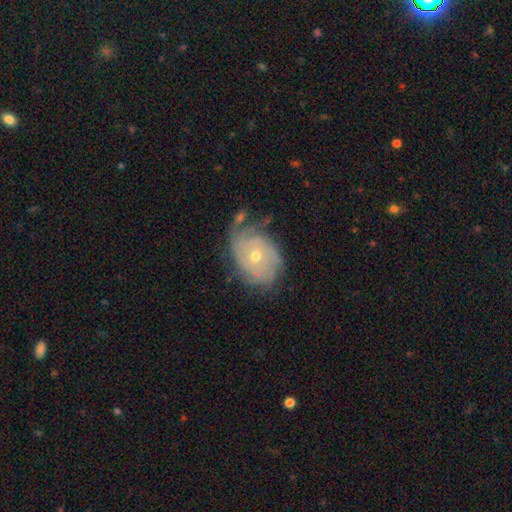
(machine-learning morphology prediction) featured or disk 82%, smooth 12%, star or artifact 6%. Down the decision tree: edge-on disk — no (96%); bar — no (74%); spiral arms — yes (92%); spiral arm count — can't tell (40%); spiral winding — tight (71%); bulge size — moderate (50%); merging — none (54%).